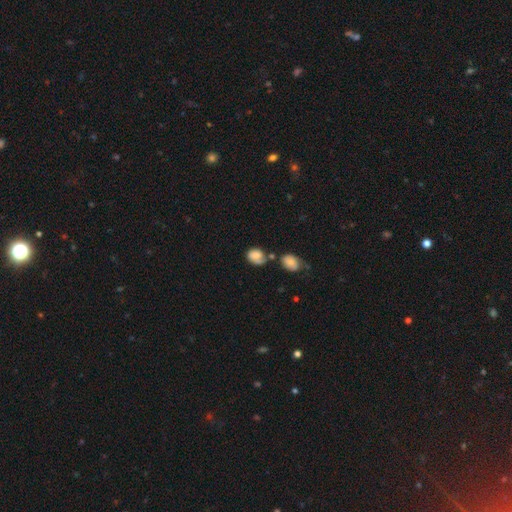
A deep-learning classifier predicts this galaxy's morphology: A smooth galaxy with no disk features (62%) that is in between round and cigar-shaped (60%). Merging: none (36%).